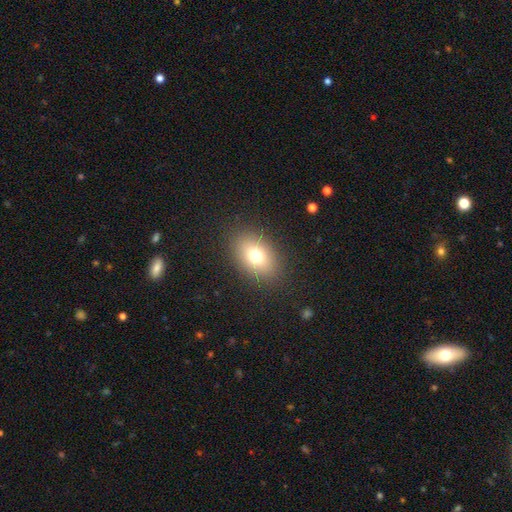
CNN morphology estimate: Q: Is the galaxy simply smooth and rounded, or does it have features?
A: smooth — 74%.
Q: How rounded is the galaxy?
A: in between — 75%.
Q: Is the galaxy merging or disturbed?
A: none — 87%.